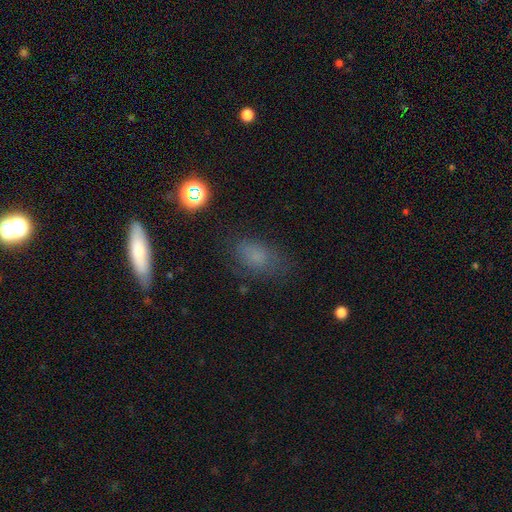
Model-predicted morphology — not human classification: Smooth or featured: smooth — 71% (star or artifact — 16%)
How rounded: in between — 81% (round — 14%)
Merging: none — 70% (minor disturbance — 19%)